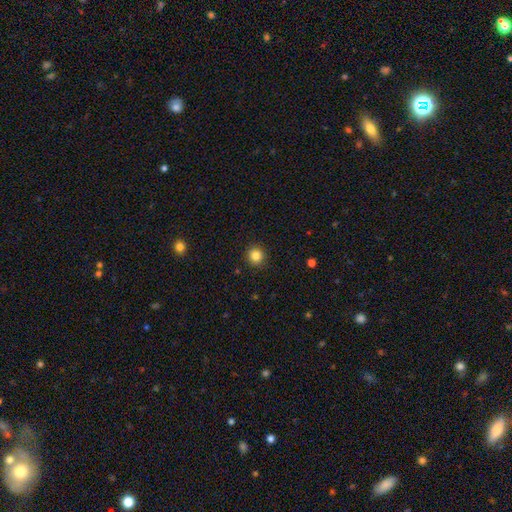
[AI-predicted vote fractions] smooth 83%, star or artifact 11%, featured or disk 5%. Down the decision tree: how rounded — round (92%); merging — none (92%).